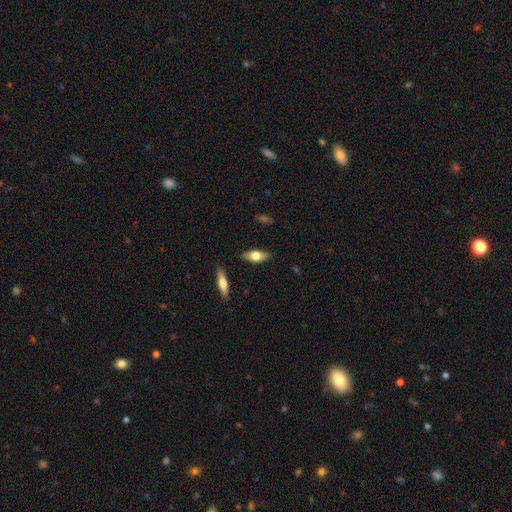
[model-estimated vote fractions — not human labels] This is possibly a smooth galaxy (50%). How rounded: likely in between (66%). Merging: clearly none (85%).